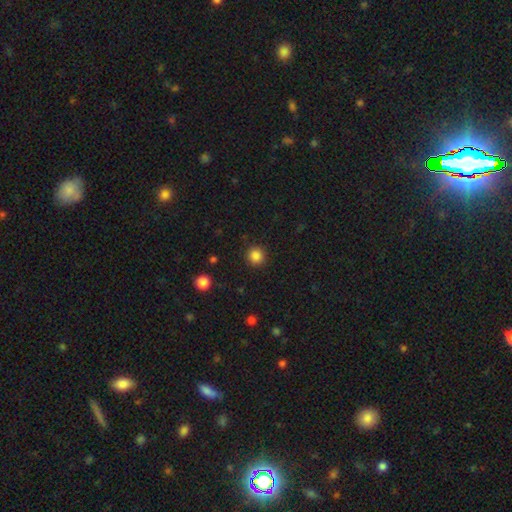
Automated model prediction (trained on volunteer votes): smooth 85%, star or artifact 11%, featured or disk 3%. Down the decision tree: how rounded — round (92%); merging — none (91%).